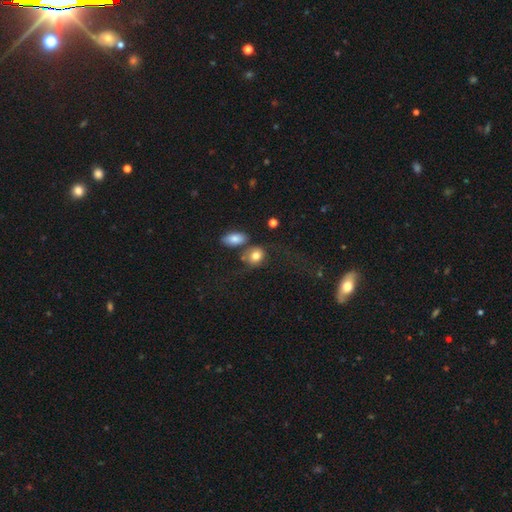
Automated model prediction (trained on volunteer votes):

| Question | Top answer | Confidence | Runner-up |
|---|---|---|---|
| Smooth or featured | smooth | 81% | featured or disk (11%) |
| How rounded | round | 53% | in between (45%) |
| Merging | none | 50% | merger (24%) |